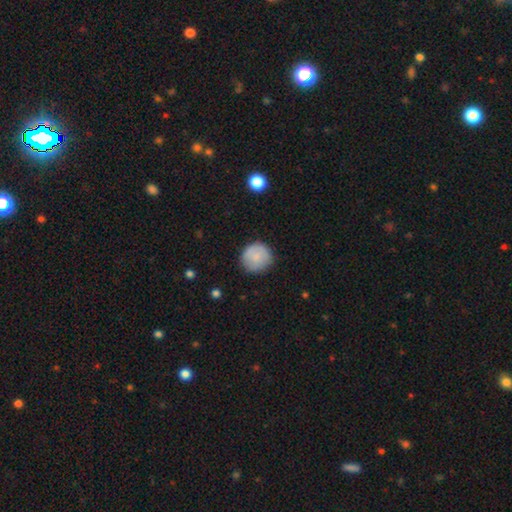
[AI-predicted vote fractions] smooth-or-featured: smooth: 79% | featured or disk: 14% | star or artifact: 7%
  how-rounded: round: 93% | in between: 6% | cigar-shaped: 1%
  merging: none: 83% | minor disturbance: 12% | major disturbance: 3% | merger: 1%